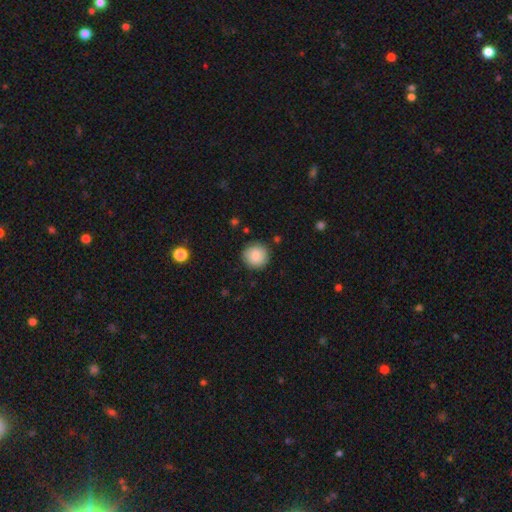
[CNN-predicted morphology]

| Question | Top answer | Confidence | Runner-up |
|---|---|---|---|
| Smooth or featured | smooth | 86% | star or artifact (7%) |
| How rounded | round | 94% | in between (5%) |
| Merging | none | 88% | minor disturbance (9%) |